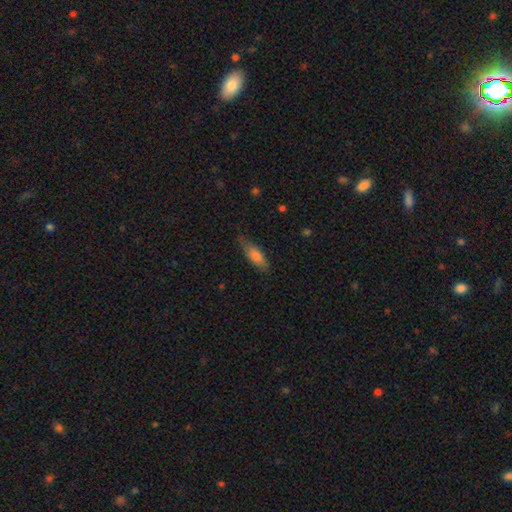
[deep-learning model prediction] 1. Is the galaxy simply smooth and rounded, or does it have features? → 77% smooth, 16% featured or disk, 7% star or artifact.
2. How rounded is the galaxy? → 59% in between, 39% cigar-shaped, 2% round.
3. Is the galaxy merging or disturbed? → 69% none, 24% minor disturbance, 6% major disturbance, 1% merger.